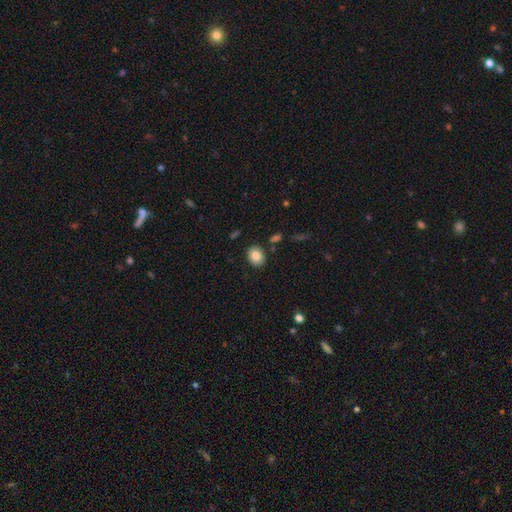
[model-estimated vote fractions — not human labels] smooth_or_featured: smooth (p=0.85) [alt: star or artifact p=0.08]
how_rounded: in between (p=0.52) [alt: round p=0.48]
merging: none (p=0.87) [alt: minor disturbance p=0.08]